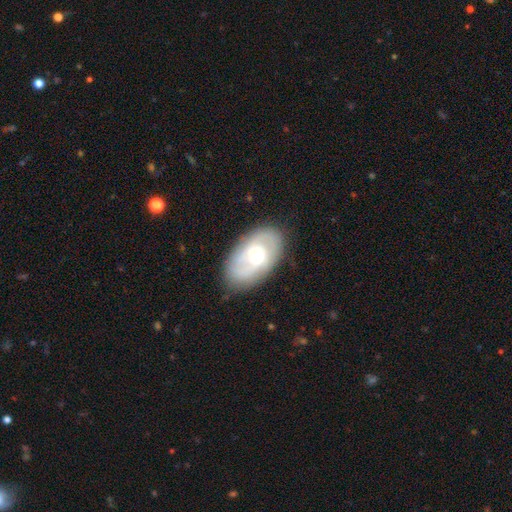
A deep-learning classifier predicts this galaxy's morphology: Smooth or featured? Predicted: featured or disk (p=0.66). Edge-on disk? Predicted: no (p=0.93). Bar? Predicted: no (p=0.54). Spiral arms? Predicted: yes (p=0.79). Bulge size? Predicted: moderate (p=0.65). Merging? Predicted: none (p=0.83).